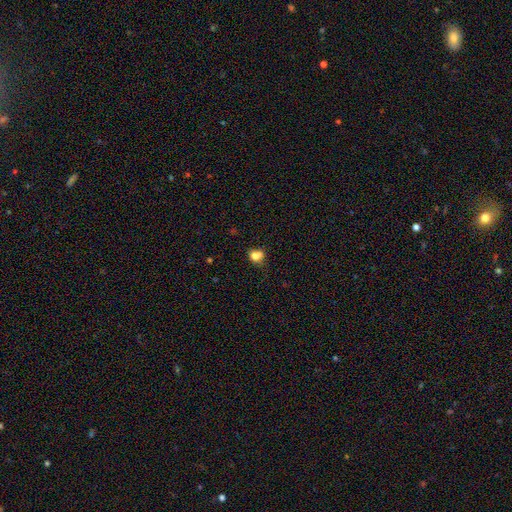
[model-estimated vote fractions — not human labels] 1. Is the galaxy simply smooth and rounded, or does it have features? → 78% smooth, 12% star or artifact, 10% featured or disk.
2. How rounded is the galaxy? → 61% round, 38% in between, 1% cigar-shaped.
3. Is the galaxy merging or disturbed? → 44% none, 25% merger, 22% minor disturbance, 9% major disturbance.